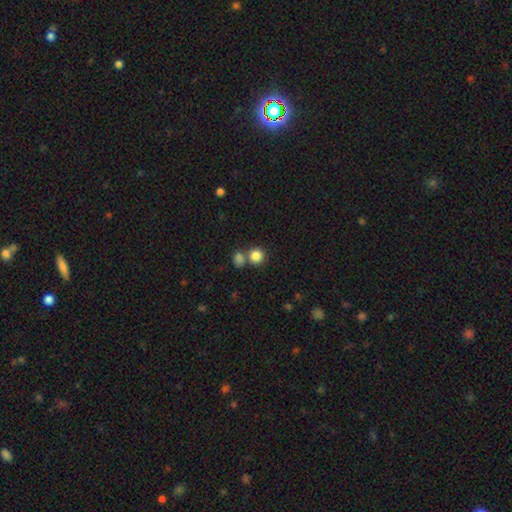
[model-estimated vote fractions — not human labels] Smooth or featured? smooth (84%)
How rounded? round (89%)
Merging? none (61%)